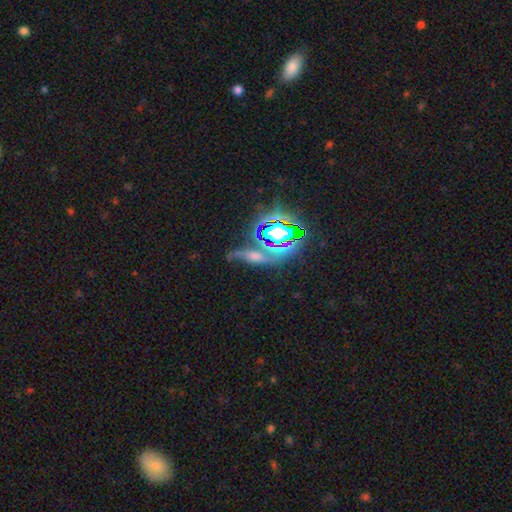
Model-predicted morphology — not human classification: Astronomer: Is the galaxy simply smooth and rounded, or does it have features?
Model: star or artifact — 44% (runner-up: featured or disk, 33%).